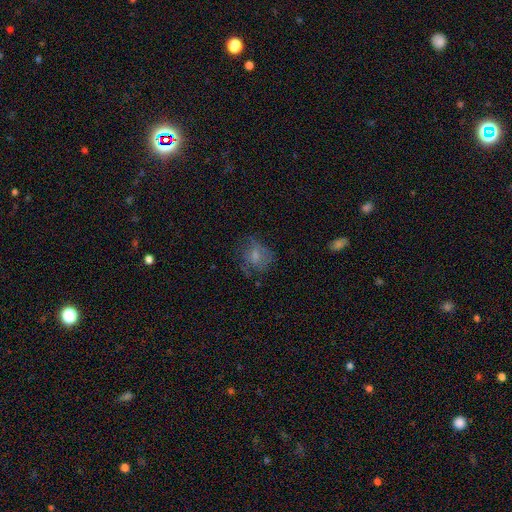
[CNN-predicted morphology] Q: Smooth or featured?
A: smooth (56%); runner-up: featured or disk (32%)
Q: How rounded?
A: round (59%); runner-up: in between (40%)
Q: Merging?
A: none (50%); runner-up: minor disturbance (25%)